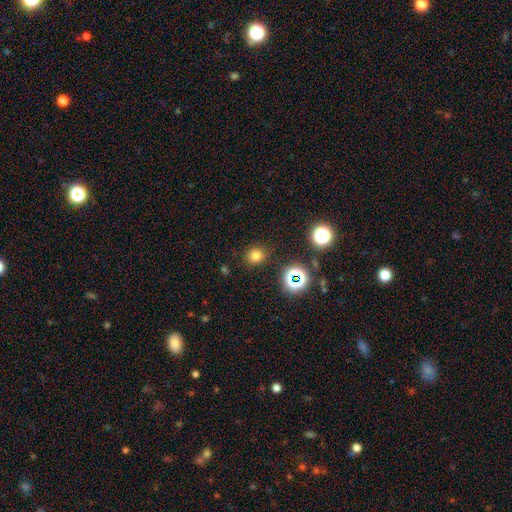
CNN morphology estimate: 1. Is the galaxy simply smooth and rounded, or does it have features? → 75% smooth, 20% star or artifact, 5% featured or disk.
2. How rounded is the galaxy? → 85% round, 14% in between, 1% cigar-shaped.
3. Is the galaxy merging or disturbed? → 88% none, 8% minor disturbance, 3% major disturbance, 2% merger.